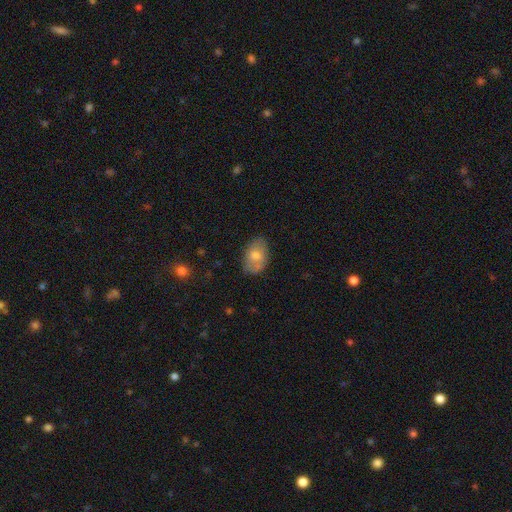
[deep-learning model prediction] Smooth or featured? smooth (69%)
How rounded? in between (86%)
Merging? none (71%)